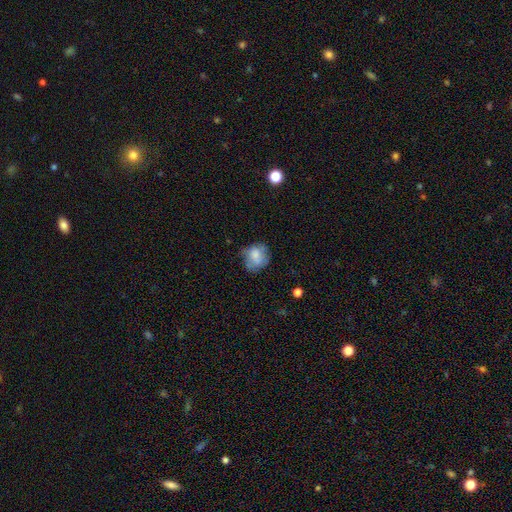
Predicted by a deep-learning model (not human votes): Smooth or featured? Predicted: smooth (p=0.70). How rounded? Predicted: round (p=0.65). Merging? Predicted: none (p=0.54).